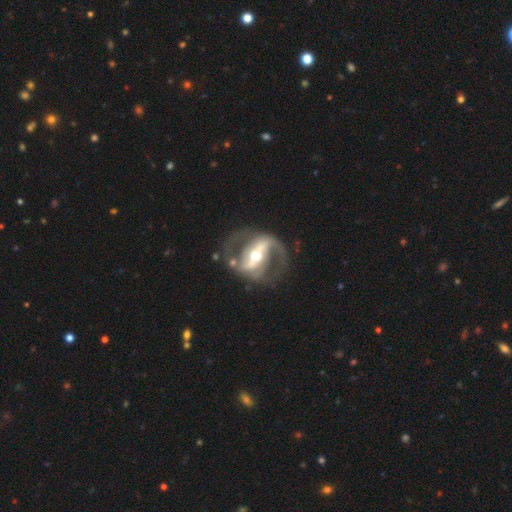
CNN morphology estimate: A featured or disk galaxy (88%) with a strong bar (71%), 2 (87%) medium (48%) spiral arms (85%) and a moderate central bulge (66%).

Vote fractions:
- Smooth or featured? featured or disk: 88% / smooth: 8% / star or artifact: 5%
- Edge-on disk? no: 93% / yes: 7%
- Bar? strong: 71% / weak: 18% / no: 11%
- Spiral arms? yes: 85% / no: 15%
- Spiral winding? medium: 48% / loose: 34% / tight: 19%
- Spiral arm count? 2: 87% / can't tell: 5% / 1: 5% / 3: 1% / 4: 1% / more than 4: 1%
- Bulge size? moderate: 66% / small: 24% / large: 8% / dominant: 1% / none: 1%
- Merging? none: 66% / major disturbance: 16% / minor disturbance: 14% / merger: 4%